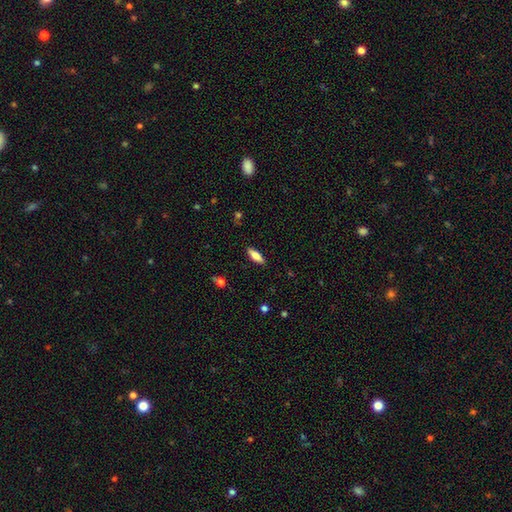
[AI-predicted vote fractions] Smooth or featured?
  - smooth: 69% *
  - featured or disk: 25%
  - star or artifact: 7%
How rounded?
  - in between: 61% *
  - cigar-shaped: 36%
  - round: 2%
Merging?
  - none: 88% *
  - minor disturbance: 9%
  - major disturbance: 2%
  - merger: 1%